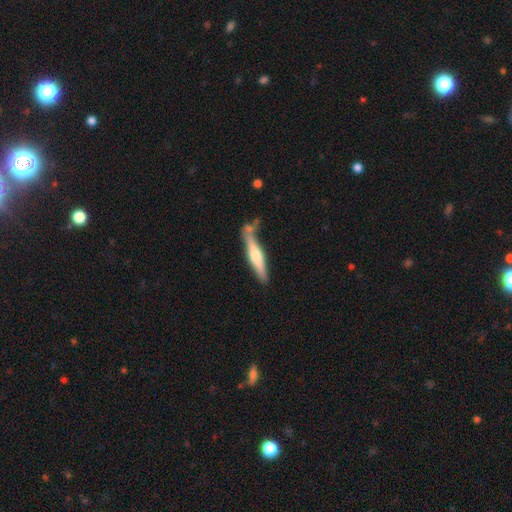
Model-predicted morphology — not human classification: Smooth or featured? featured or disk (49%)
Merging? none (62%)